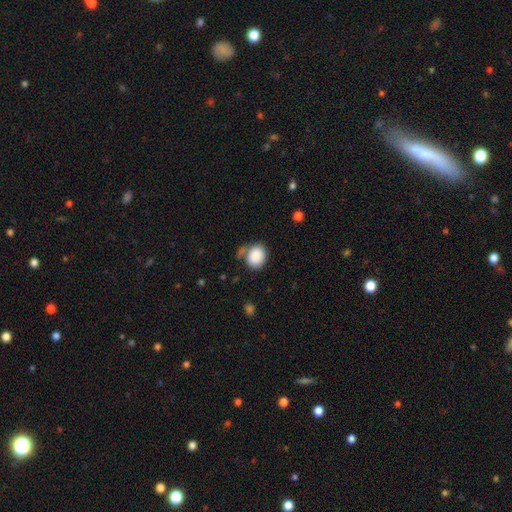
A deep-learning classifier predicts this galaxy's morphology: This appears to be a smooth galaxy with no disk features (87%) that is round (63%). Merging: none (62%).